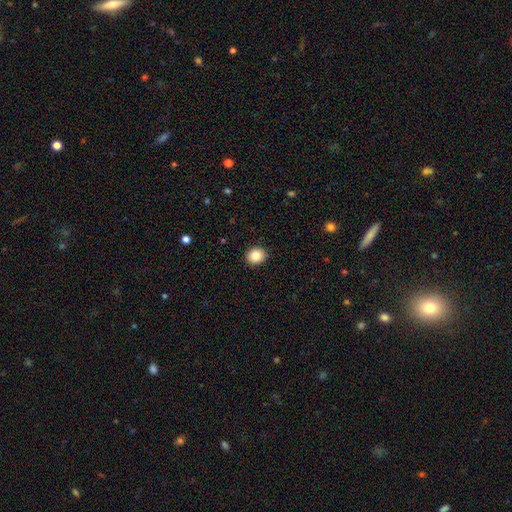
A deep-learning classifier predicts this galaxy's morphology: A smooth galaxy with no disk features (85%) that is round (77%). Merging: none (91%).